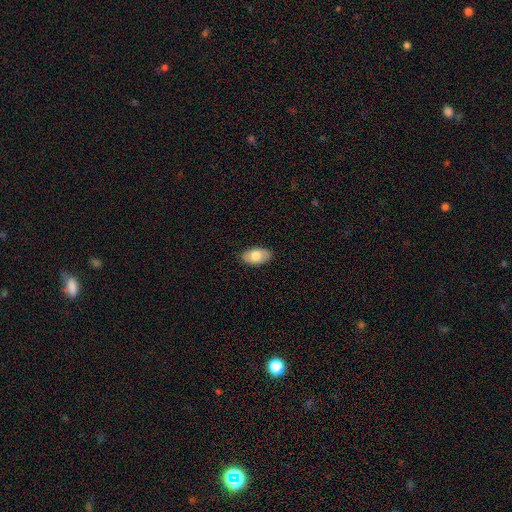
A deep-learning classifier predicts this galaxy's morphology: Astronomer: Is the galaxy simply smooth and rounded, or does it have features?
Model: smooth — 74%.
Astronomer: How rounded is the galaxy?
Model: in between — 93%.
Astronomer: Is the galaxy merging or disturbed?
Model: none — 87%.